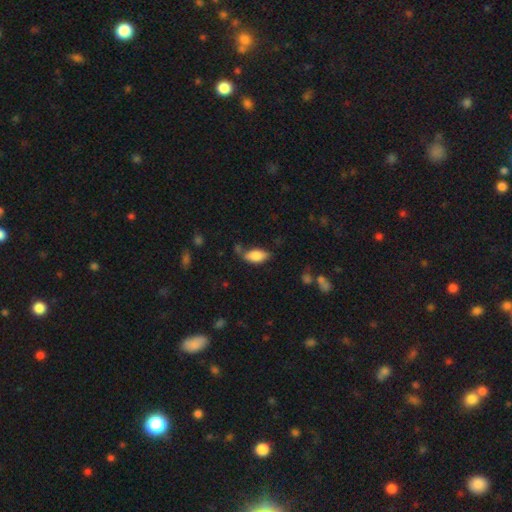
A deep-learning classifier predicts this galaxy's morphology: A smooth galaxy with no disk features (83%) that is in between round and cigar-shaped (90%). Merging: none (61%).